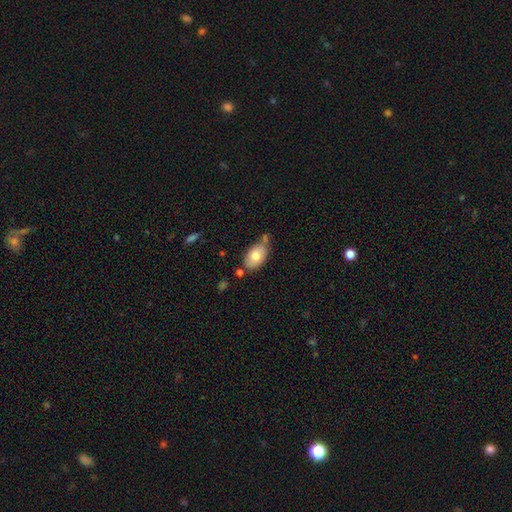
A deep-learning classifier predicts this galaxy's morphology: Q: Smooth or featured?
A: smooth (75%); runner-up: featured or disk (18%)
Q: How rounded?
A: in between (91%); runner-up: round (7%)
Q: Merging?
A: none (55%); runner-up: minor disturbance (23%)